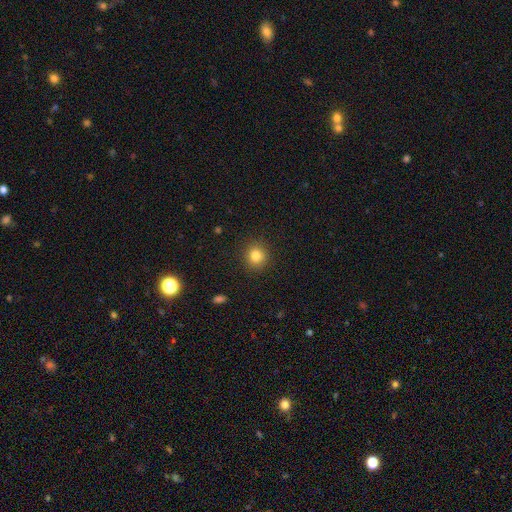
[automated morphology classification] smooth 83%, star or artifact 12%, featured or disk 6%. Down the decision tree: how rounded — round (89%); merging — none (90%).